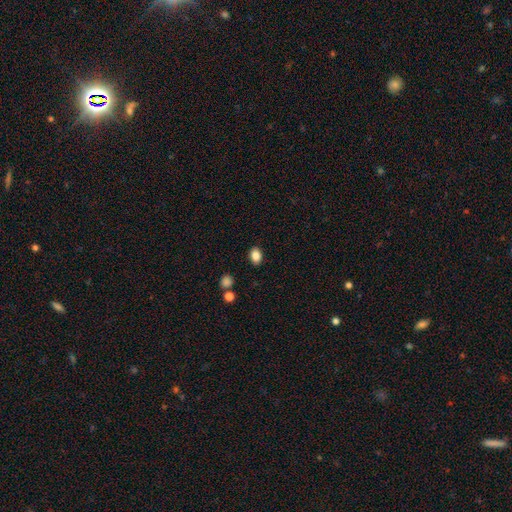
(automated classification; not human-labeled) This appears to be a smooth galaxy with no disk features (86%) that is in between round and cigar-shaped (75%). Merging: none (88%).